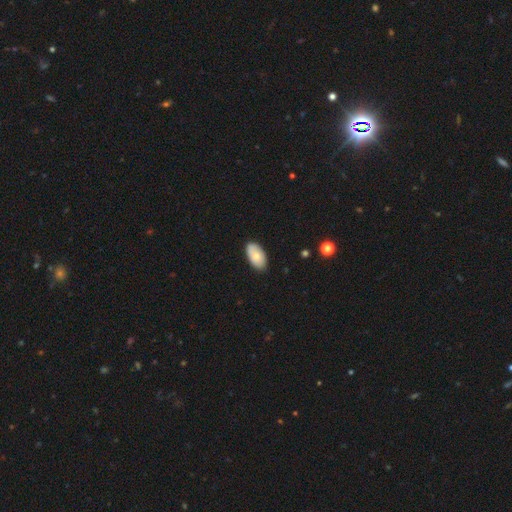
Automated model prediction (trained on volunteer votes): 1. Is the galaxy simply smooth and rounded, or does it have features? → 74% smooth, 20% featured or disk, 6% star or artifact.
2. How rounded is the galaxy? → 95% in between, 4% round, 2% cigar-shaped.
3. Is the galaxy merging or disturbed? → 83% none, 13% minor disturbance, 2% major disturbance, 1% merger.